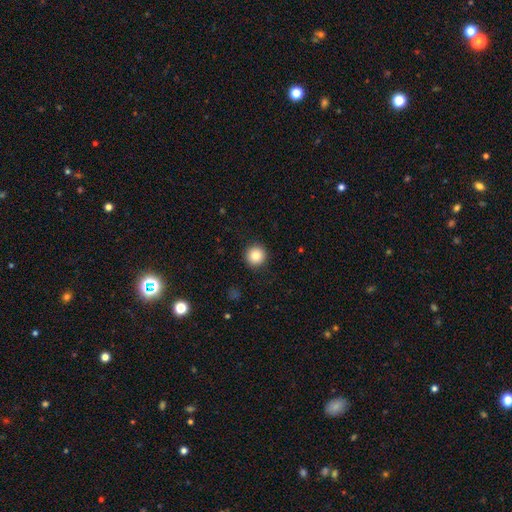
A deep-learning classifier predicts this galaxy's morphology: This is clearly a smooth galaxy (85%). How rounded: clearly round (95%). Merging: clearly none (92%).